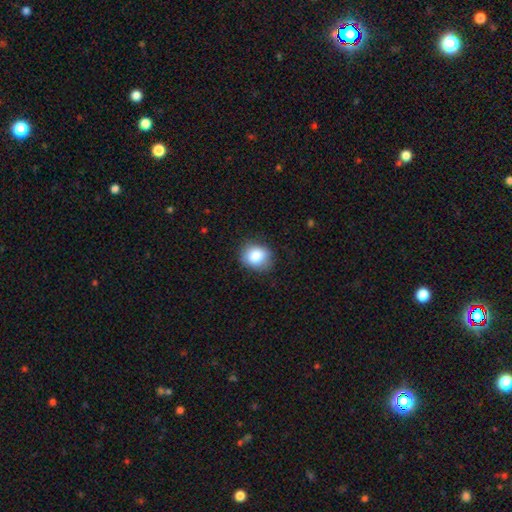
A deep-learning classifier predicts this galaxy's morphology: Overall: smooth (83%). How rounded: round (67%; in between 32%). Merging: none (80%).